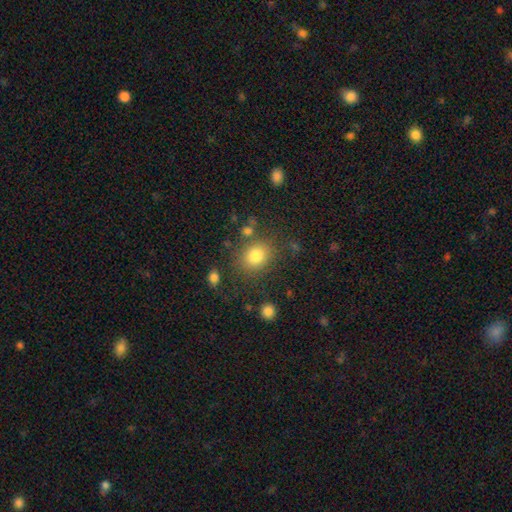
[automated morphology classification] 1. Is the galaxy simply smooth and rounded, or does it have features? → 81% smooth, 11% star or artifact, 8% featured or disk.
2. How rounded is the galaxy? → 67% round, 32% in between, 1% cigar-shaped.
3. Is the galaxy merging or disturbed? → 78% none, 12% minor disturbance, 5% merger, 5% major disturbance.